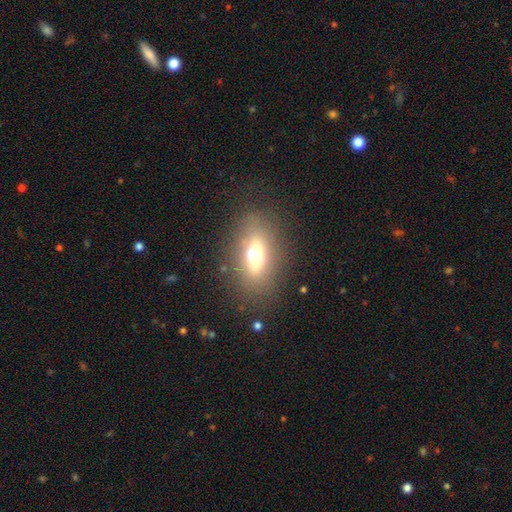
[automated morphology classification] This is possibly a smooth galaxy (57%). How rounded: likely in between (75%). Merging: likely none (79%).